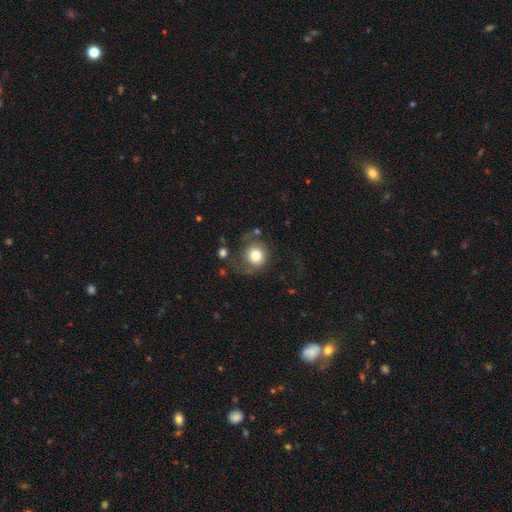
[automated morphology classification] smooth_or_featured: smooth (p=0.74) [alt: featured or disk p=0.17]
how_rounded: round (p=0.85) [alt: in between p=0.14]
merging: none (p=0.55) [alt: major disturbance p=0.20]